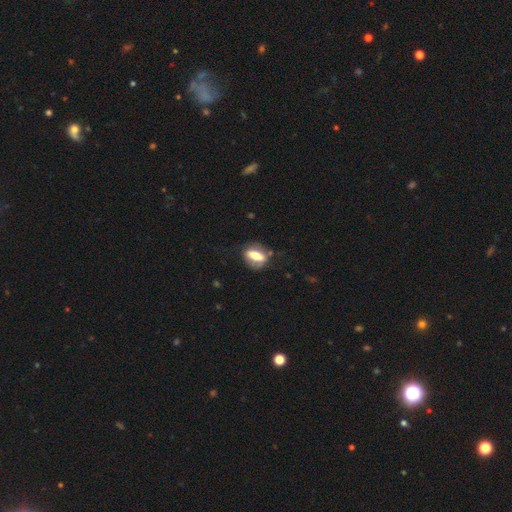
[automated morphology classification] Smooth or featured?
  - smooth: 57% *
  - featured or disk: 35%
  - star or artifact: 8%
How rounded?
  - in between: 66% *
  - cigar-shaped: 21%
  - round: 12%
Merging?
  - none: 69% *
  - minor disturbance: 20%
  - major disturbance: 9%
  - merger: 3%